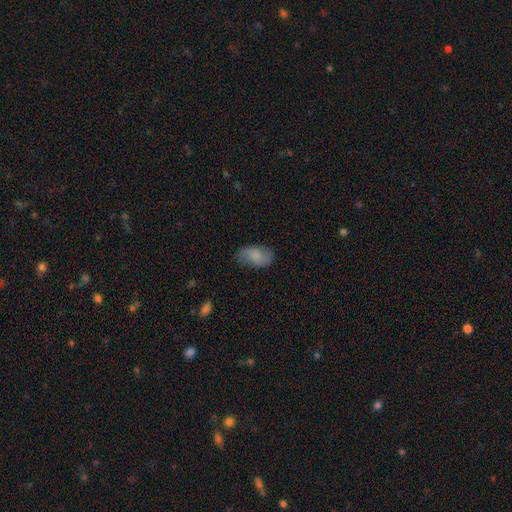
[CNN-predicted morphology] The model was most divided on "merging": none: 69%, minor disturbance: 23%, major disturbance: 7%, merger: 1%. More confident: how rounded — in between (92%); smooth or featured — smooth (69%).